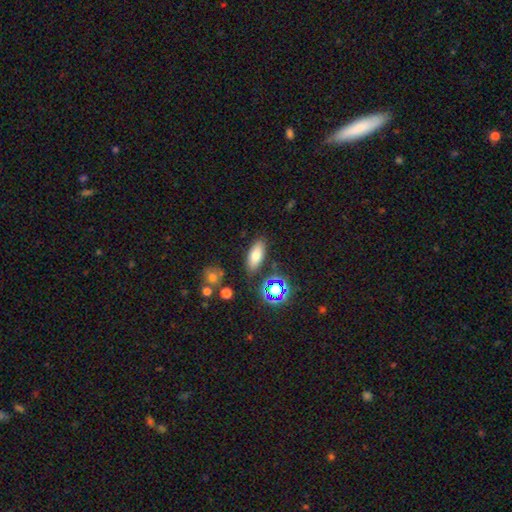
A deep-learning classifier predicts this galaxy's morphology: Overall: smooth (70%). How rounded: in between (78%). Merging: none (82%).